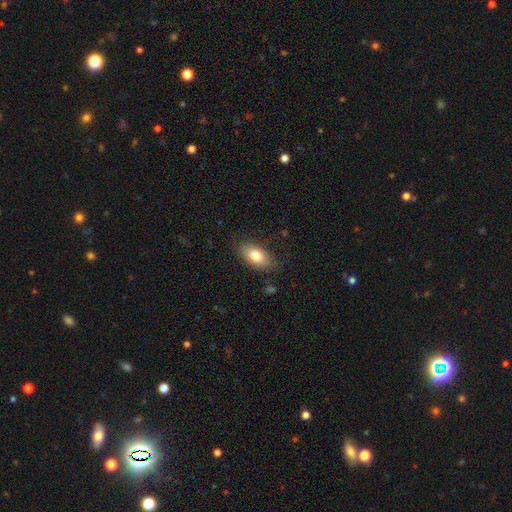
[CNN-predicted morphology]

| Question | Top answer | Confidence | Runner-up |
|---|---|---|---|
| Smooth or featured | smooth | 78% | featured or disk (15%) |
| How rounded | in between | 90% | round (5%) |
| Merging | none | 79% | minor disturbance (15%) |